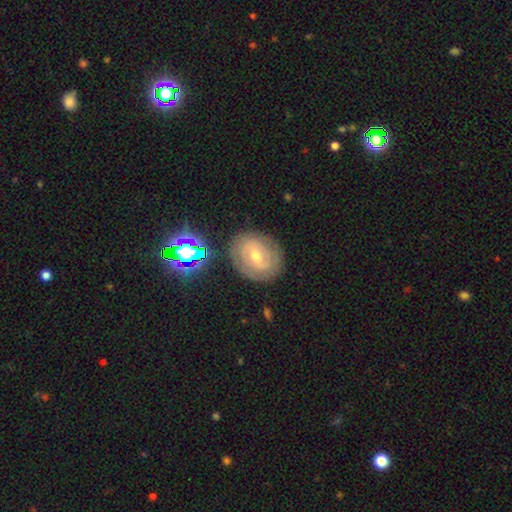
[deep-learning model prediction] featured or disk 67%, smooth 23%, star or artifact 10%. Down the decision tree: edge-on disk — no (96%); bar — weak (50%); spiral arms — yes (80%); spiral arm count — 2 (54%); spiral winding — tight (66%); bulge size — moderate (57%); merging — none (81%).